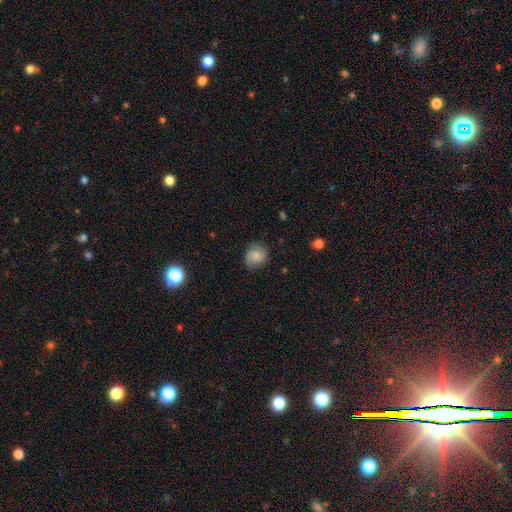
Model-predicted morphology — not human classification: Smooth or featured: smooth — 72% (featured or disk — 19%)
How rounded: round — 72% (in between — 27%)
Merging: none — 72% (minor disturbance — 22%)